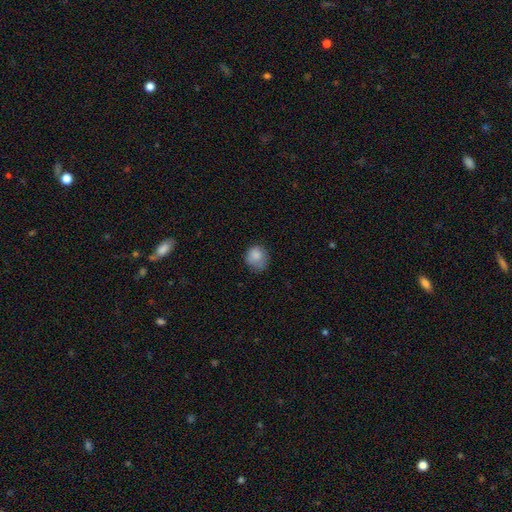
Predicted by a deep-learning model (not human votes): Smooth or featured? Predicted: smooth (p=0.84). How rounded? Predicted: round (p=0.76). Merging? Predicted: none (p=0.61).